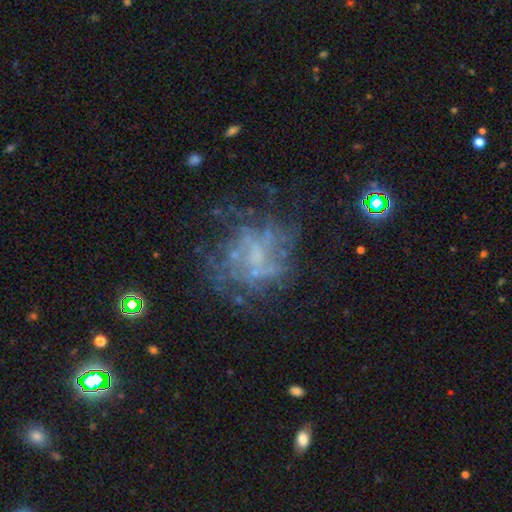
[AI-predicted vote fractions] Q: Smooth or featured?
A: featured or disk (69%); runner-up: star or artifact (16%)
Q: Edge-on disk?
A: no (98%); runner-up: yes (2%)
Q: Bar?
A: no (69%); runner-up: weak (26%)
Q: Spiral arms?
A: yes (52%); runner-up: no (48%)
Q: Bulge size?
A: none (55%); runner-up: small (24%)
Q: Merging?
A: none (57%); runner-up: major disturbance (23%)